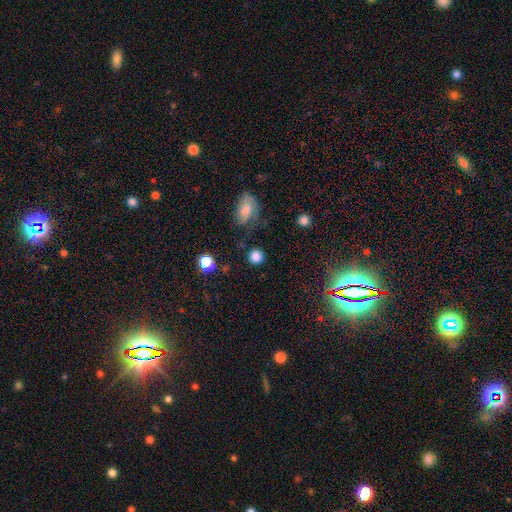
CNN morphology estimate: type=smooth (84%); roundness=round (90%); merging=none (83%).